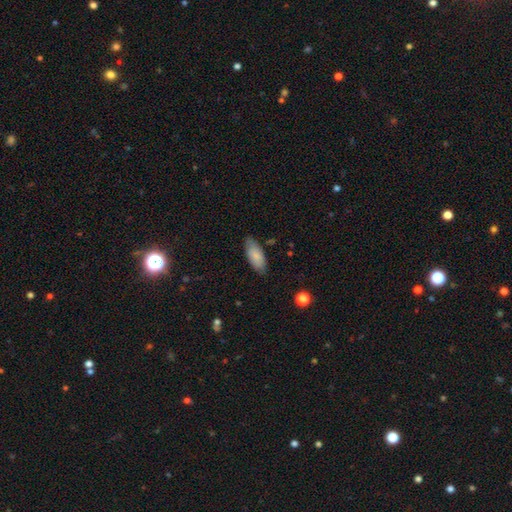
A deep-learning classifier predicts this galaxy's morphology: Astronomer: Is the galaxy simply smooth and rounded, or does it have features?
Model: smooth — 81%.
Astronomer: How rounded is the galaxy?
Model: in between — 85%.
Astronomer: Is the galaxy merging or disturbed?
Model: none — 80%.